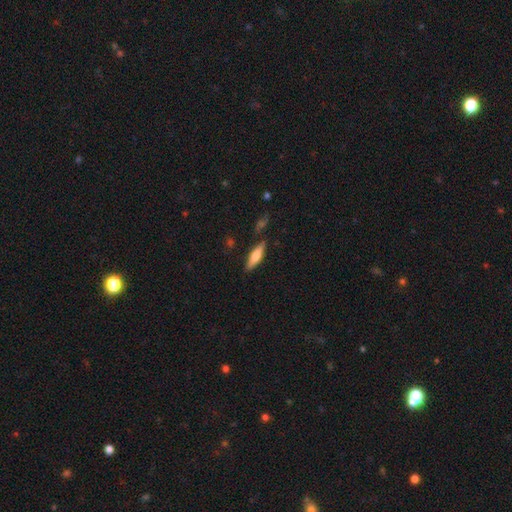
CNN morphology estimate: Smooth or featured?
  - smooth: 53% *
  - featured or disk: 41%
  - star or artifact: 6%
How rounded?
  - cigar-shaped: 66% *
  - in between: 32%
  - round: 2%
Merging?
  - none: 79% *
  - minor disturbance: 14%
  - merger: 4%
  - major disturbance: 3%